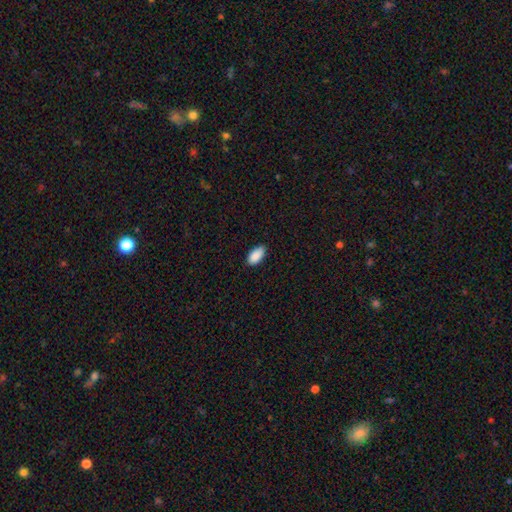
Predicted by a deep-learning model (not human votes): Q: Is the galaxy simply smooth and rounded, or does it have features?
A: smooth — 89%.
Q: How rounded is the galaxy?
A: in between — 94%.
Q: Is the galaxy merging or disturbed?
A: none — 82%.